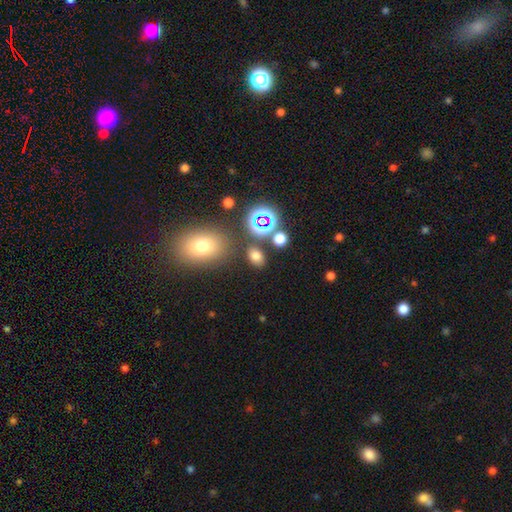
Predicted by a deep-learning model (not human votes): This is likely a smooth galaxy (72%). How rounded: likely in between (73%). Merging: likely none (80%).